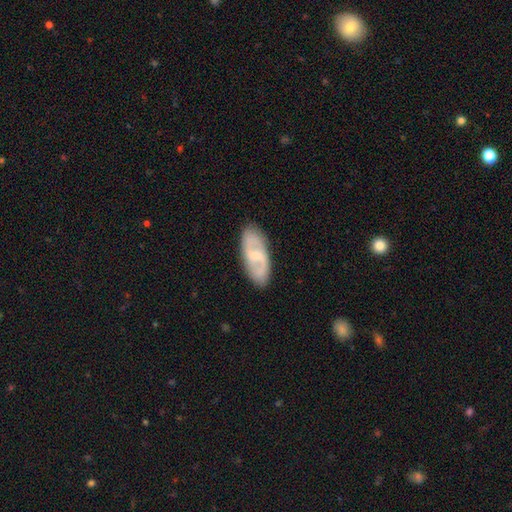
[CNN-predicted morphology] Smooth or featured? Predicted: featured or disk (p=0.65). Edge-on disk? Predicted: no (p=0.92). Bar? Predicted: weak (p=0.53). Spiral arms? Predicted: yes (p=0.82). Bulge size? Predicted: small (p=0.48). Merging? Predicted: none (p=0.84).